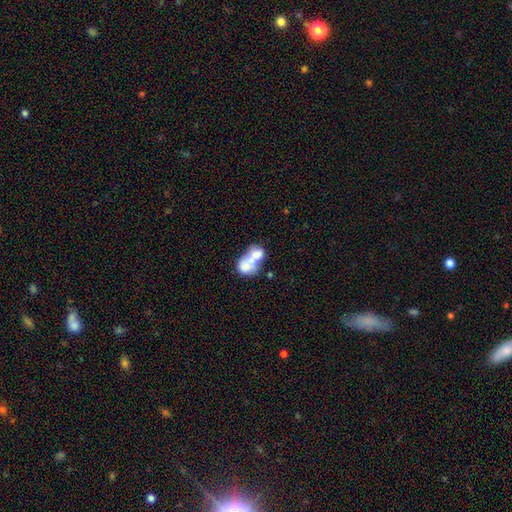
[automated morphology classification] smooth_or_featured: smooth (p=0.54) [alt: featured or disk p=0.37]
how_rounded: in between (p=0.71) [alt: round p=0.27]
merging: merger (p=0.73) [alt: none p=0.13]